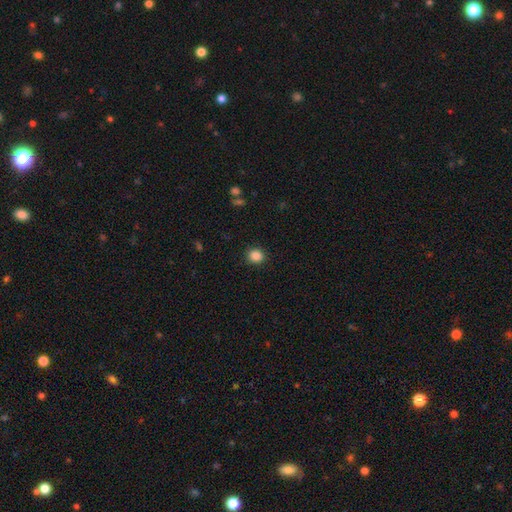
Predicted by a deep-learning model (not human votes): smooth 87%, star or artifact 10%, featured or disk 3%. Down the decision tree: how rounded — round (83%); merging — none (91%).